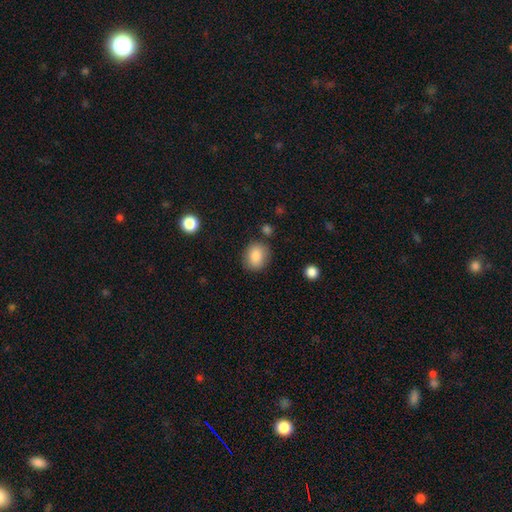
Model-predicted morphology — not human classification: Smooth or featured: smooth — 86% (star or artifact — 8%)
How rounded: round — 60% (in between — 39%)
Merging: none — 79% (minor disturbance — 13%)